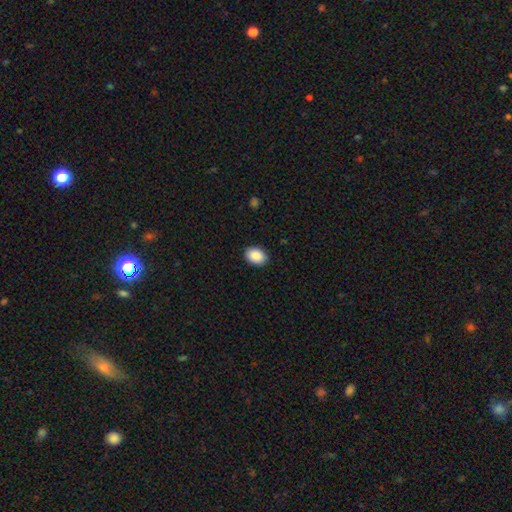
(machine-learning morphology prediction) smooth-or-featured: smooth: 90% | star or artifact: 7% | featured or disk: 3%
  how-rounded: in between: 76% | round: 23% | cigar-shaped: 1%
  merging: none: 90% | minor disturbance: 8% | major disturbance: 2% | merger: 1%